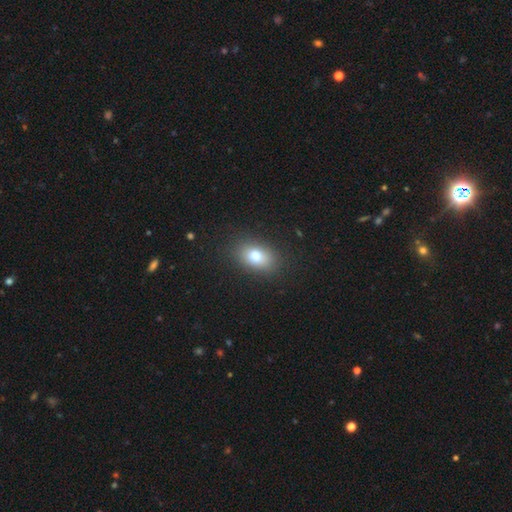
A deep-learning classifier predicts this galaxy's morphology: A smooth galaxy with no disk features (77%) that is in between round and cigar-shaped (78%).

Vote fractions:
- Smooth or featured? smooth: 77% / featured or disk: 11% / star or artifact: 11%
- How rounded? in between: 78% / round: 21% / cigar-shaped: 2%
- Merging? none: 85% / minor disturbance: 10% / major disturbance: 4% / merger: 1%